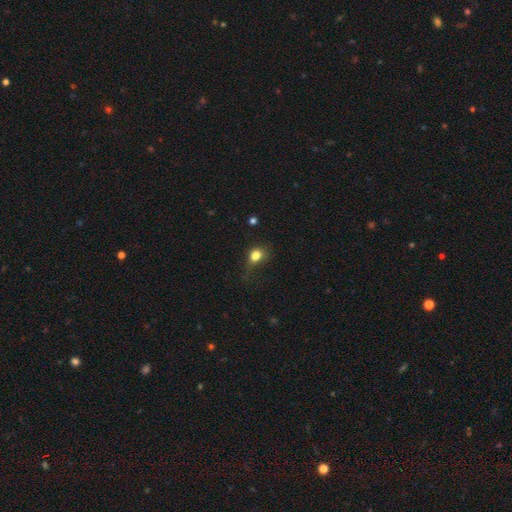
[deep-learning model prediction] Q: Smooth or featured?
A: smooth (81%); runner-up: star or artifact (12%)
Q: How rounded?
A: round (54%); runner-up: in between (44%)
Q: Merging?
A: none (50%); runner-up: minor disturbance (29%)